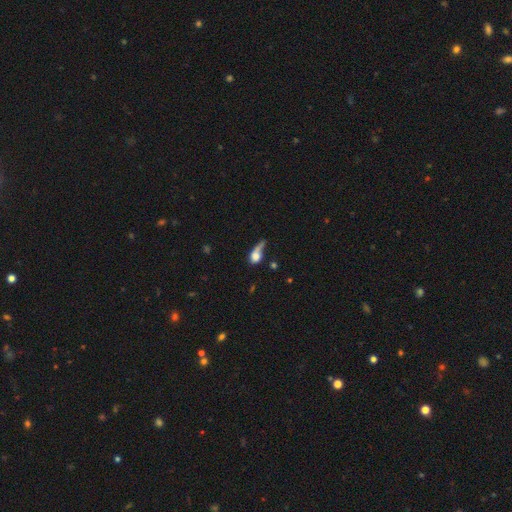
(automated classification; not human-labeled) Smooth or featured?
  - smooth: 62% *
  - featured or disk: 27%
  - star or artifact: 11%
How rounded?
  - in between: 52% *
  - round: 36%
  - cigar-shaped: 11%
Merging?
  - major disturbance: 41% *
  - none: 22%
  - merger: 18%
  - minor disturbance: 18%